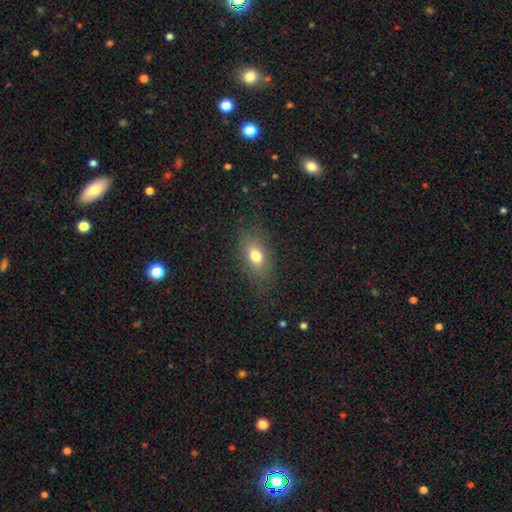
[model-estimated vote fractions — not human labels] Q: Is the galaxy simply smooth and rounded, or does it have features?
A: smooth — 74%.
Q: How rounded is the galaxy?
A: in between — 78%.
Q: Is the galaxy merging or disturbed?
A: none — 80%.